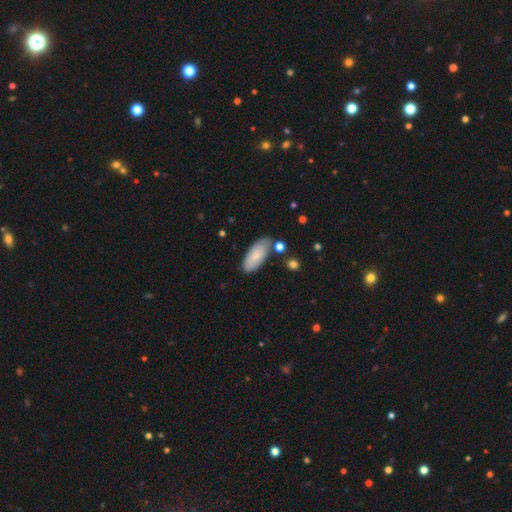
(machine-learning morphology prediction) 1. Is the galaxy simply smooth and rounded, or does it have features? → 80% smooth, 14% featured or disk, 6% star or artifact.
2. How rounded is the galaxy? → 86% in between, 12% cigar-shaped, 2% round.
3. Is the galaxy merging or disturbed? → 74% none, 17% minor disturbance, 5% merger, 4% major disturbance.